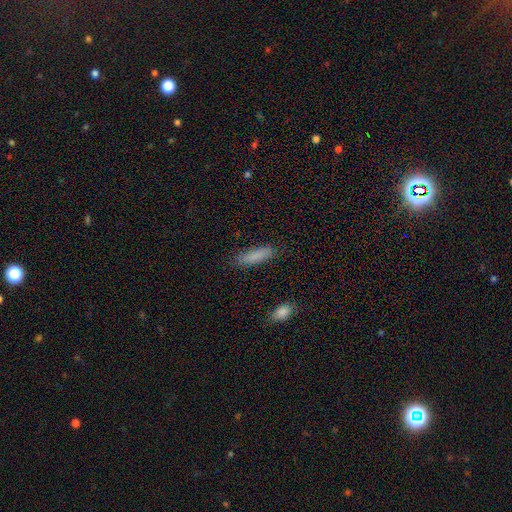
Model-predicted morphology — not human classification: smooth_or_featured: smooth (p=0.85) [alt: star or artifact p=0.08]
how_rounded: cigar-shaped (p=0.62) [alt: in between p=0.36]
merging: none (p=0.82) [alt: minor disturbance p=0.13]